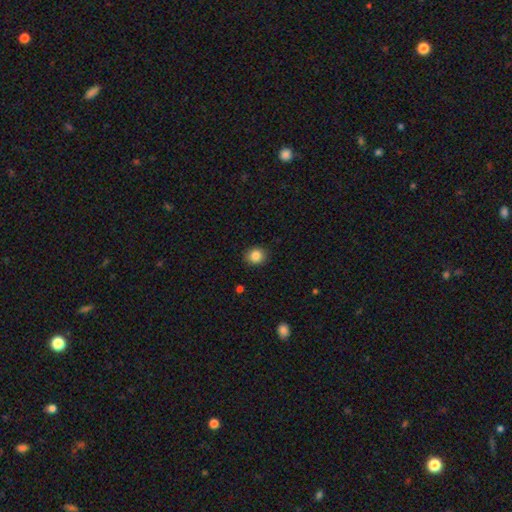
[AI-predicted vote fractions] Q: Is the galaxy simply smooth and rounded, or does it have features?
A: smooth — 85%.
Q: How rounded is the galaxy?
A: round — 80%.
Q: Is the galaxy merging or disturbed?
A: none — 90%.